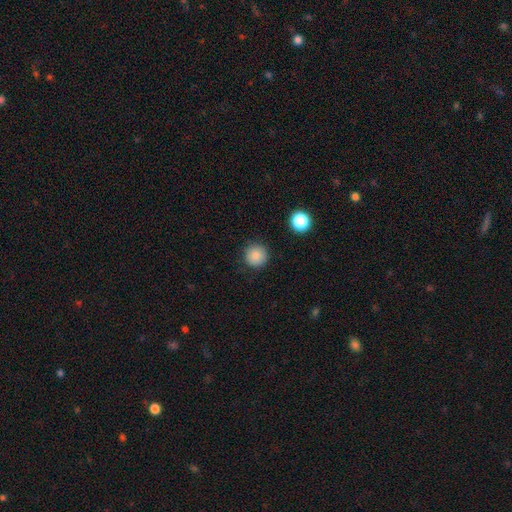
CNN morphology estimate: Smooth or featured?
  - smooth: 86% *
  - star or artifact: 10%
  - featured or disk: 4%
How rounded?
  - round: 96% *
  - in between: 3%
  - cigar-shaped: 1%
Merging?
  - none: 90% *
  - minor disturbance: 6%
  - major disturbance: 2%
  - merger: 1%